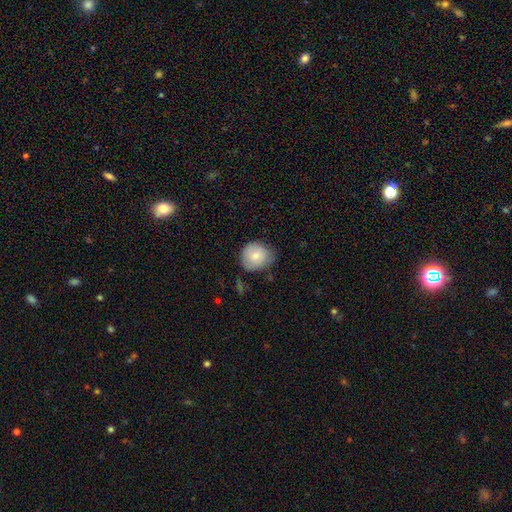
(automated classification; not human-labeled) Smooth or featured? Predicted: smooth (p=0.78). How rounded? Predicted: round (p=0.80). Merging? Predicted: none (p=0.65).